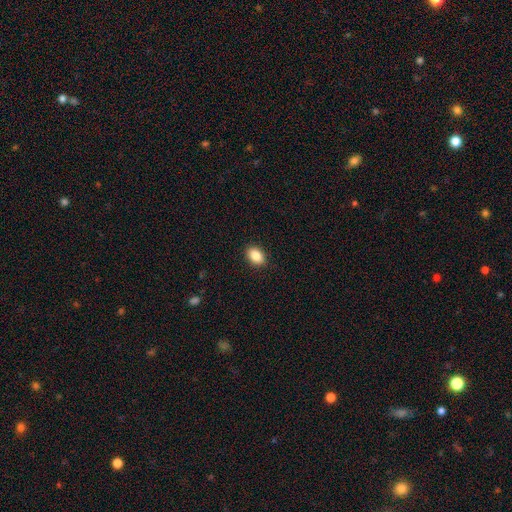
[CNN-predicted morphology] The model was most divided on "how rounded": in between: 83%, round: 16%, cigar-shaped: 1%. More confident: merging — none (91%); smooth or featured — smooth (87%).